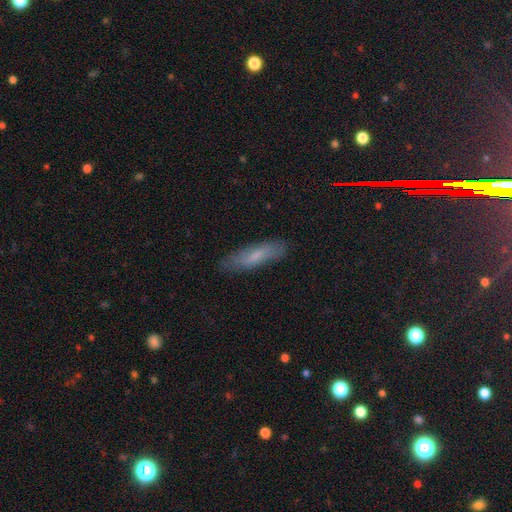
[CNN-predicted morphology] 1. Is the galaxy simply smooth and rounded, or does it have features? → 66% smooth, 26% featured or disk, 7% star or artifact.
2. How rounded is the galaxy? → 68% cigar-shaped, 31% in between, 2% round.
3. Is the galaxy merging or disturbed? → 83% none, 13% minor disturbance, 3% major disturbance, 1% merger.